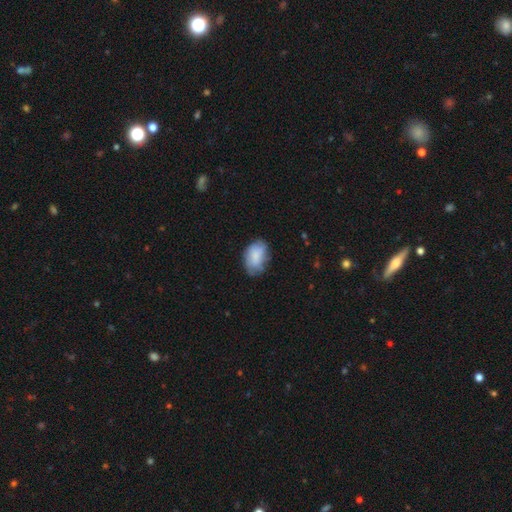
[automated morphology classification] type=smooth (76%); roundness=in between (88%); merging=none (61%).